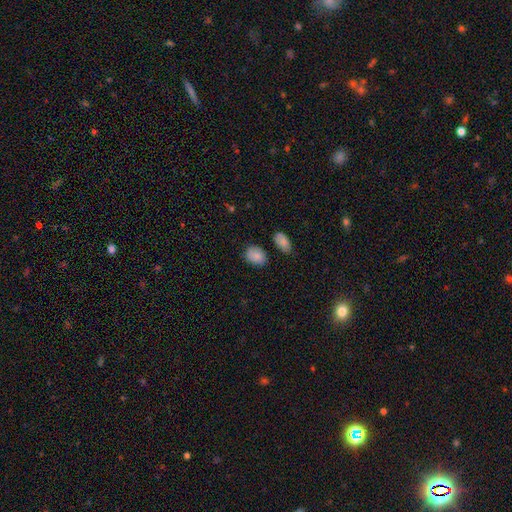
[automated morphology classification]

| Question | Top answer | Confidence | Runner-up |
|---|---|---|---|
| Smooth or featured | smooth | 86% | star or artifact (8%) |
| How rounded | in between | 69% | round (30%) |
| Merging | none | 75% | minor disturbance (17%) |